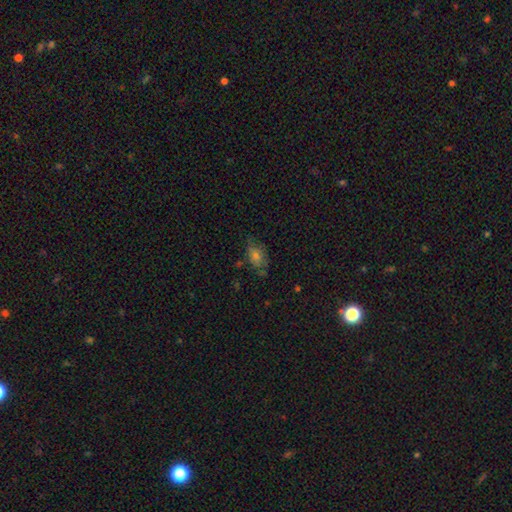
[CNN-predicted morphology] type=smooth (60%); roundness=in between (79%); merging=none (64%).